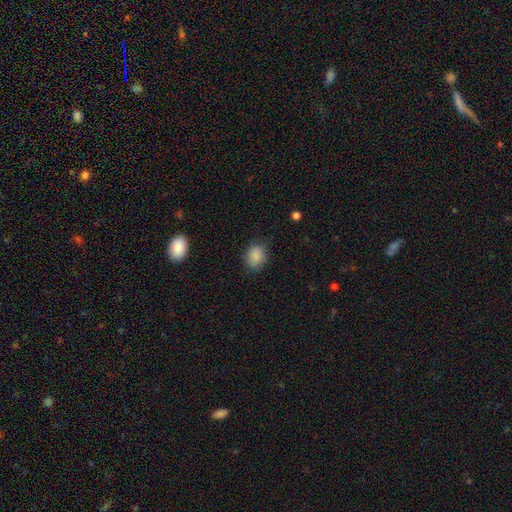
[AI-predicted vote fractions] The model was most divided on "how rounded": in between: 51%, round: 48%, cigar-shaped: 1%. More confident: smooth or featured — smooth (87%); merging — none (79%).